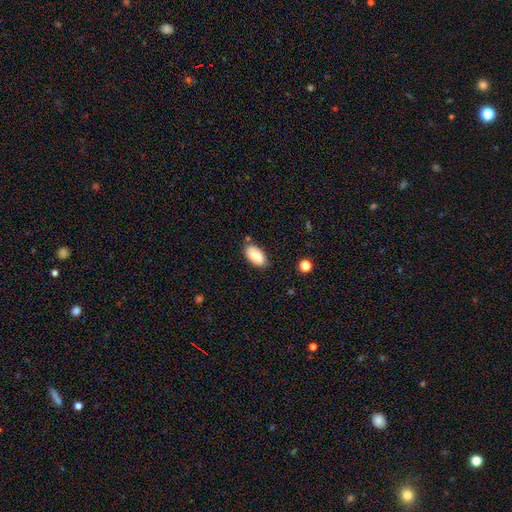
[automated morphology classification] Overall: smooth (81%). How rounded: in between (94%). Merging: none (79%).